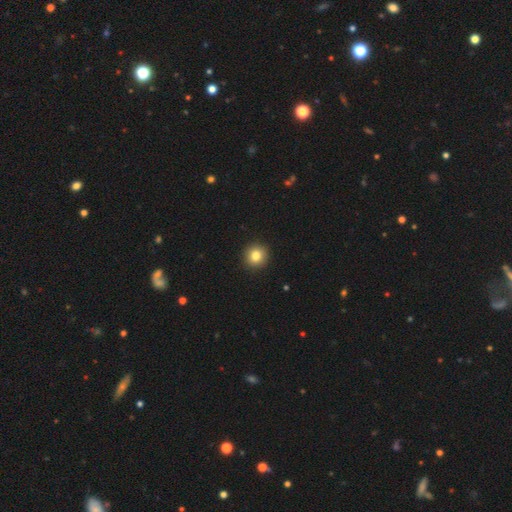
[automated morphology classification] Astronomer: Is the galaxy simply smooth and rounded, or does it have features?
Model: smooth — 83%.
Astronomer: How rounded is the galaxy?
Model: round — 92%.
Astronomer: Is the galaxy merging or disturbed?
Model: none — 93%.